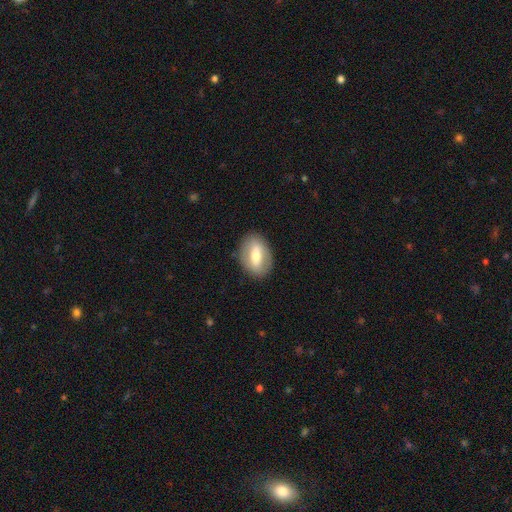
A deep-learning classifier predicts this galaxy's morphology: smooth 50%, featured or disk 43%, star or artifact 7%. Down the decision tree: merging — none (85%).